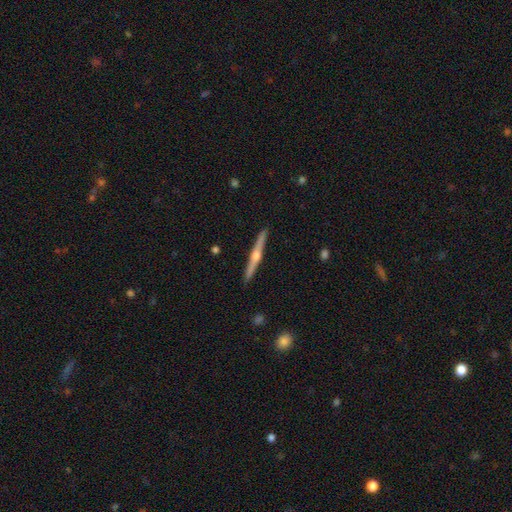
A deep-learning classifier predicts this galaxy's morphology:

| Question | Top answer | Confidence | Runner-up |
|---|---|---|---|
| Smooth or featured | featured or disk | 79% | smooth (16%) |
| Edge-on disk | yes | 98% | no (2%) |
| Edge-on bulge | rounded | 93% | none (4%) |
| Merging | none | 92% | minor disturbance (5%) |